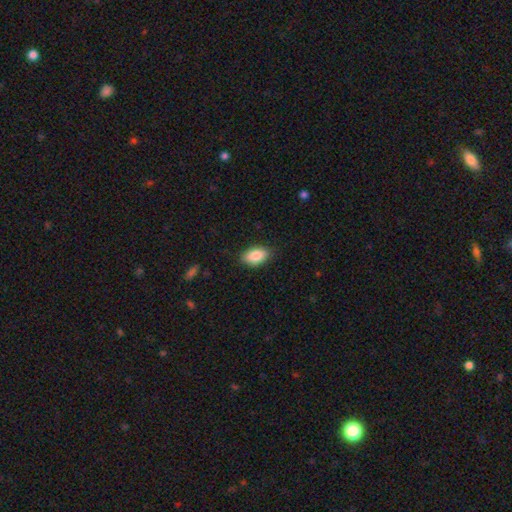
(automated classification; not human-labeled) Smooth or featured?
  - smooth: 86% *
  - featured or disk: 7%
  - star or artifact: 7%
How rounded?
  - in between: 91% *
  - round: 7%
  - cigar-shaped: 2%
Merging?
  - none: 83% *
  - minor disturbance: 13%
  - major disturbance: 2%
  - merger: 1%